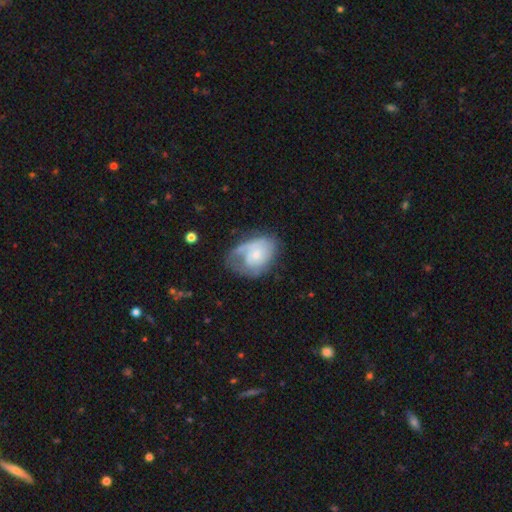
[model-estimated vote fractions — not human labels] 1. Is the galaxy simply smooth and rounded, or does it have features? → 57% featured or disk, 36% smooth, 7% star or artifact.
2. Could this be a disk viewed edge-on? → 97% no, 3% yes.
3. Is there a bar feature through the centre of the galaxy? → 76% no, 21% weak, 3% strong.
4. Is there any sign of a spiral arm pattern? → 72% yes, 28% no.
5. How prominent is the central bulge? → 57% small, 28% moderate, 9% none, 4% large, 2% dominant.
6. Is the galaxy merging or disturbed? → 36% none, 32% major disturbance, 28% minor disturbance, 4% merger.